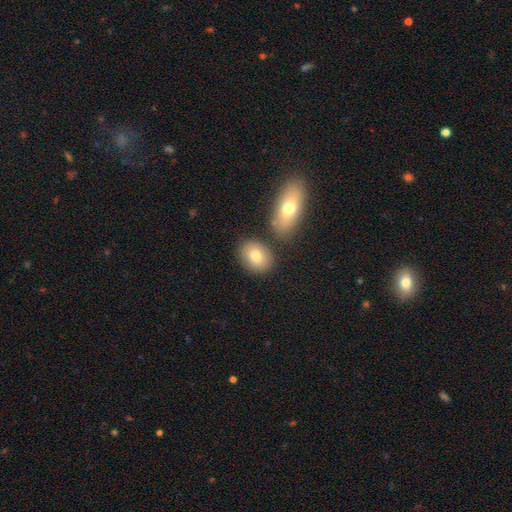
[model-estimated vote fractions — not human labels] smooth-or-featured: smooth: 80% | featured or disk: 12% | star or artifact: 8%
  how-rounded: in between: 67% | round: 31% | cigar-shaped: 2%
  merging: none: 75% | merger: 12% | minor disturbance: 10% | major disturbance: 3%